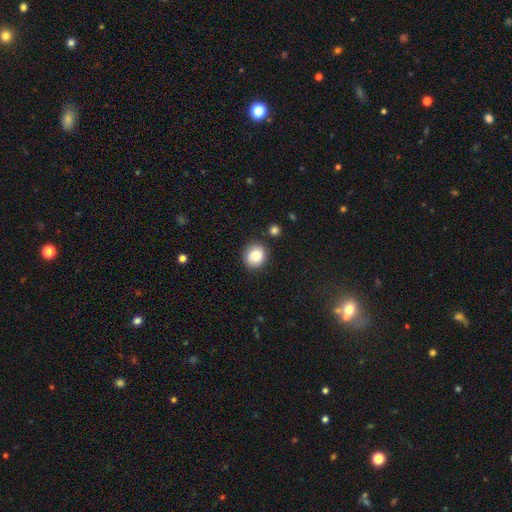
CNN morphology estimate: This is clearly a smooth galaxy (84%). How rounded: likely round (77%). Merging: clearly none (81%).